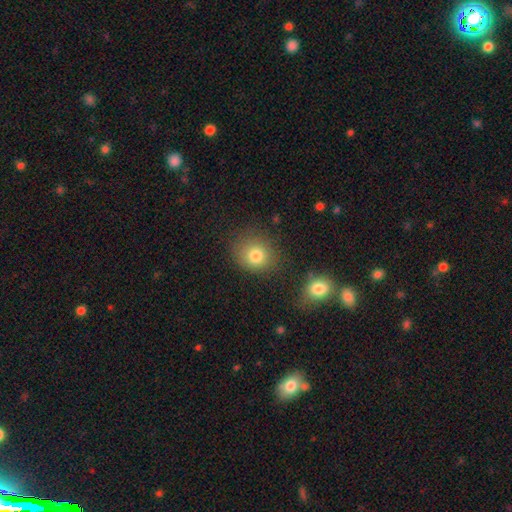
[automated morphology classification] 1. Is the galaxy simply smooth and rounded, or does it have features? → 80% smooth, 12% star or artifact, 9% featured or disk.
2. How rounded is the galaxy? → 75% round, 24% in between, 1% cigar-shaped.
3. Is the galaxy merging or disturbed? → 77% none, 13% minor disturbance, 6% merger, 5% major disturbance.